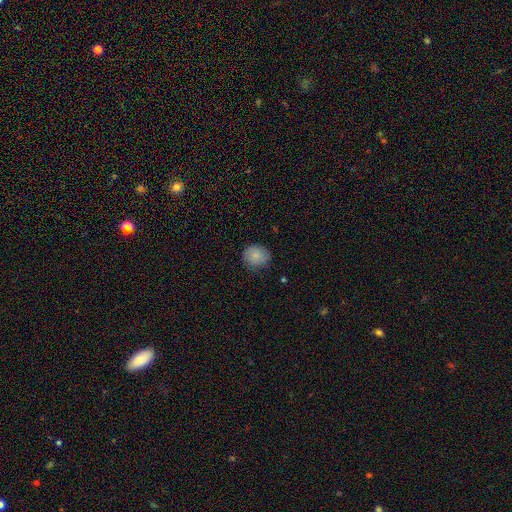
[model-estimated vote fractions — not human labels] smooth-or-featured: smooth: 83% | featured or disk: 9% | star or artifact: 8%
  how-rounded: round: 77% | in between: 22% | cigar-shaped: 1%
  merging: none: 81% | minor disturbance: 15% | major disturbance: 3% | merger: 1%